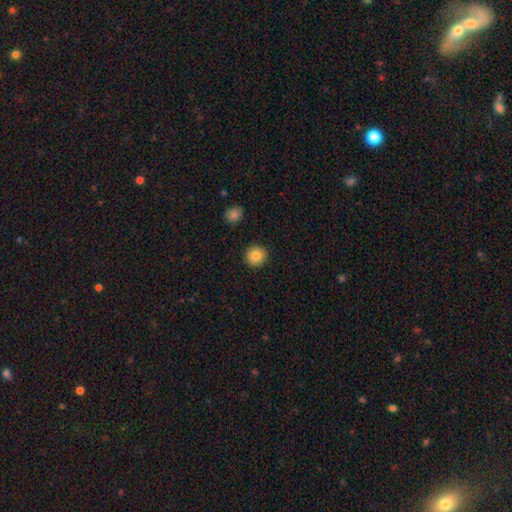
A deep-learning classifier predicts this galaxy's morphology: Smooth or featured? Predicted: smooth (p=0.85). How rounded? Predicted: round (p=0.93). Merging? Predicted: none (p=0.92).